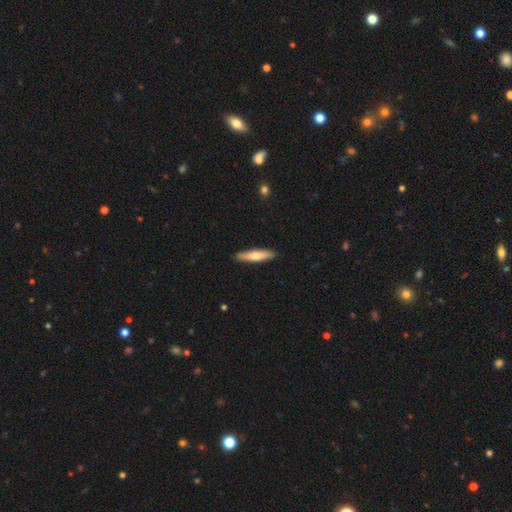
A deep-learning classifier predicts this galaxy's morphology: smooth-or-featured: smooth: 65% | featured or disk: 30% | star or artifact: 5%
  how-rounded: cigar-shaped: 84% | in between: 14% | round: 1%
  merging: none: 89% | minor disturbance: 8% | major disturbance: 2% | merger: 1%